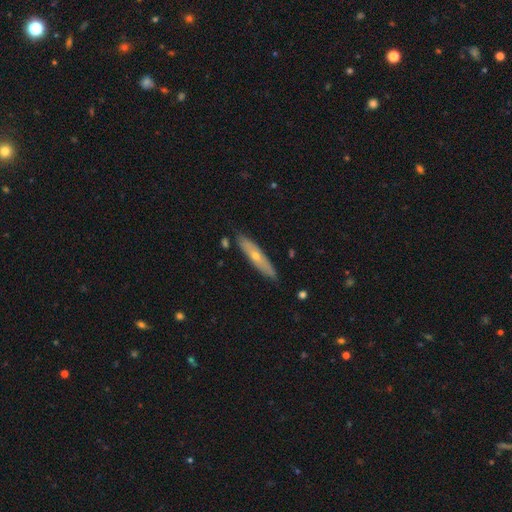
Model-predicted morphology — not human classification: Smooth or featured? Predicted: featured or disk (p=0.51). Edge-on disk? Predicted: yes (p=0.70). Merging? Predicted: none (p=0.84).